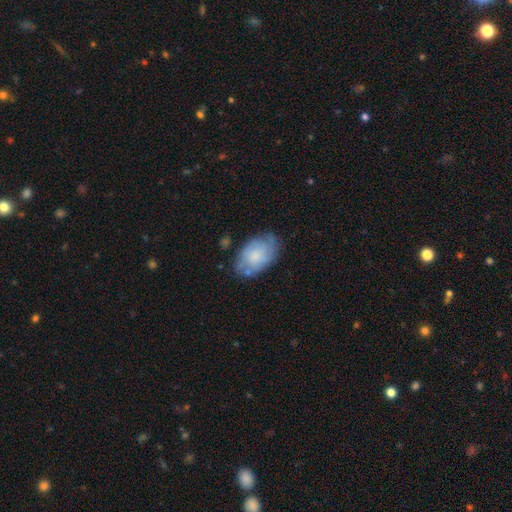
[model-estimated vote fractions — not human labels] Q: Smooth or featured?
A: smooth (58%); runner-up: featured or disk (35%)
Q: How rounded?
A: in between (90%); runner-up: round (9%)
Q: Merging?
A: none (64%); runner-up: minor disturbance (25%)